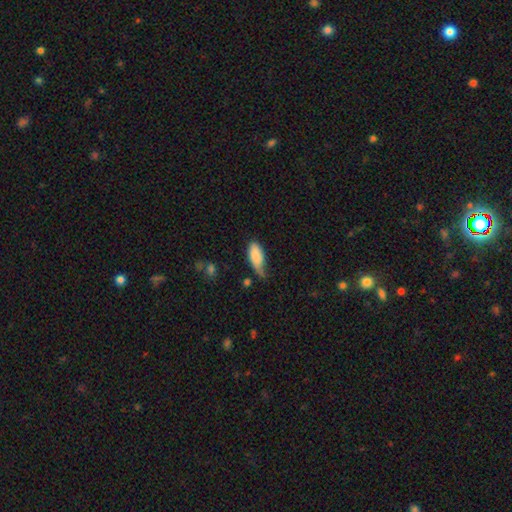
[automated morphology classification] The model was most divided on "merging": minor disturbance: 46%, none: 33%, major disturbance: 17%, merger: 4%. More confident: how rounded — in between (87%); smooth or featured — smooth (84%).